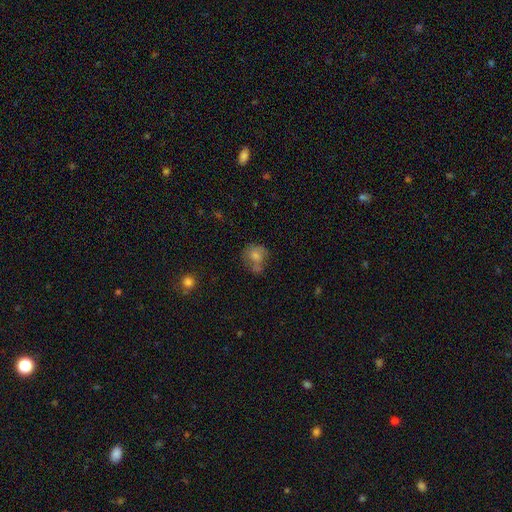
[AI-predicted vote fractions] This is possibly a smooth galaxy (50%). How rounded: likely round (74%). Merging: possibly none (54%).